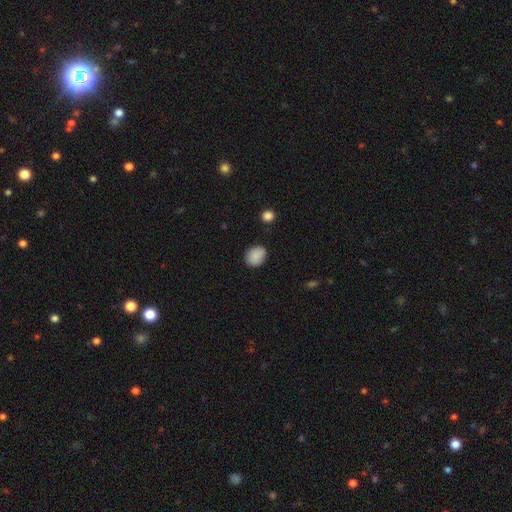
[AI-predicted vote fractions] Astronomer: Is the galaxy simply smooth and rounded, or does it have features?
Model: smooth — 87%.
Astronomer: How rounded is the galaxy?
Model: round — 53% (runner-up: in between, 46%).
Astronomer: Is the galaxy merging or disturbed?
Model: none — 81%.